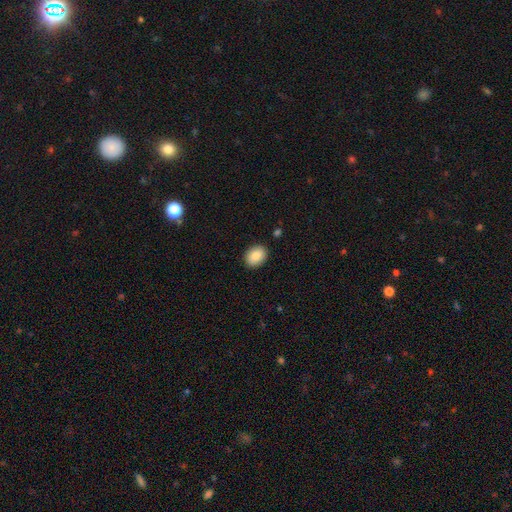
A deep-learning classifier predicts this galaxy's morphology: Smooth or featured? Predicted: smooth (p=0.87). How rounded? Predicted: in between (p=0.73). Merging? Predicted: none (p=0.89).